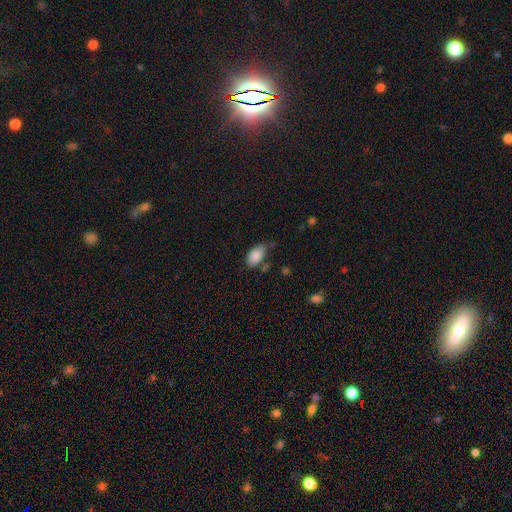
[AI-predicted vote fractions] This appears to be a smooth galaxy with no disk features (86%) that is in between round and cigar-shaped (94%). Merging: none (55%).